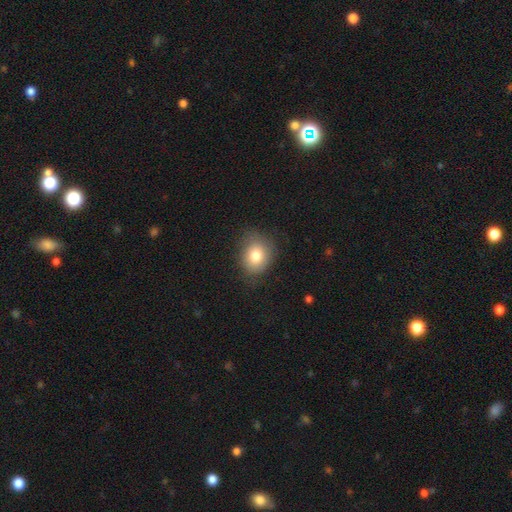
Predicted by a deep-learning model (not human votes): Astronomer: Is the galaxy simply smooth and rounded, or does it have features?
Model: smooth — 79%.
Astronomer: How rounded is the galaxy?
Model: round — 56% (runner-up: in between, 43%).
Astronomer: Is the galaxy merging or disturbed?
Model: none — 76%.